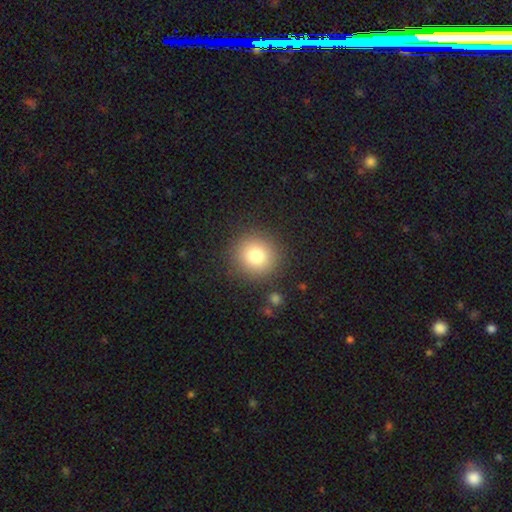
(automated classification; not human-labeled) Q: Smooth or featured?
A: smooth (80%); runner-up: star or artifact (12%)
Q: How rounded?
A: round (93%); runner-up: in between (7%)
Q: Merging?
A: none (87%); runner-up: minor disturbance (7%)